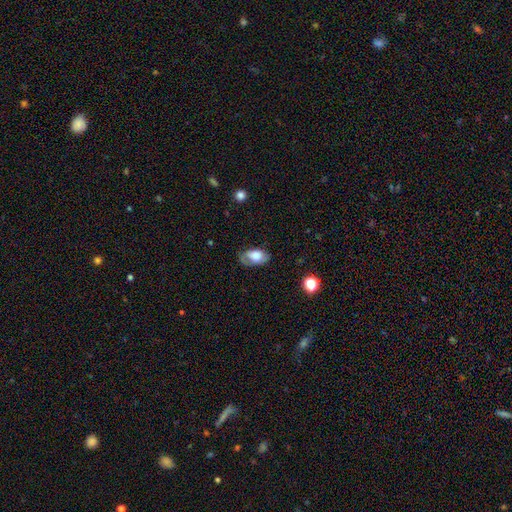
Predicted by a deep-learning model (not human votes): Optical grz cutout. It shows a smooth galaxy with no disk features (69%) that is in between round and cigar-shaped (92%). Merging: none (57%).